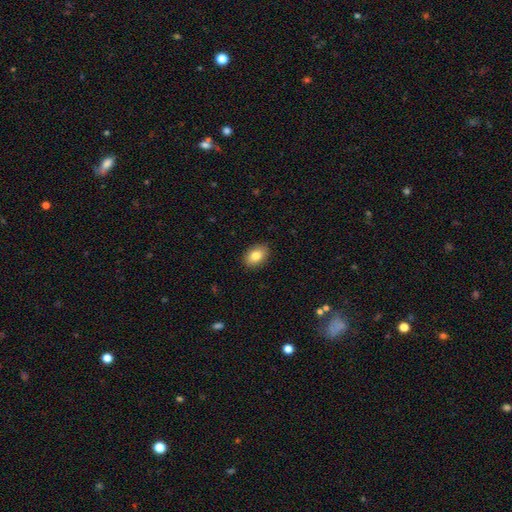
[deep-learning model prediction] smooth 83%, featured or disk 9%, star or artifact 8%. Down the decision tree: how rounded — in between (82%); merging — none (90%).